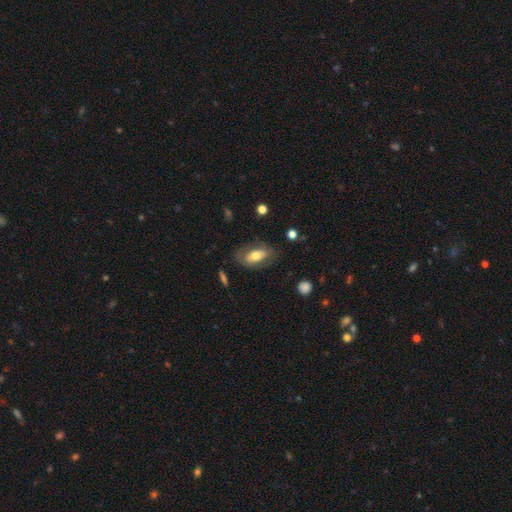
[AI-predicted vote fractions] Smooth or featured? smooth (52%)
How rounded? in between (88%)
Merging? none (70%)